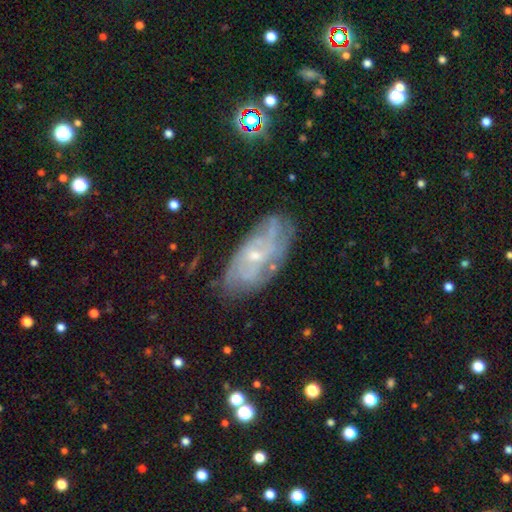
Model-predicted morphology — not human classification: This is likely a featured or disk galaxy (71%). It is clearly not viewed edge-on (91%). Bar: likely no (66%). Spiral arm pattern: likely yes (80%). Spiral arm count: possibly can't tell (57%). Spiral winding: possibly tight (52%). Central bulge: likely small (73%). Merging: likely none (68%).